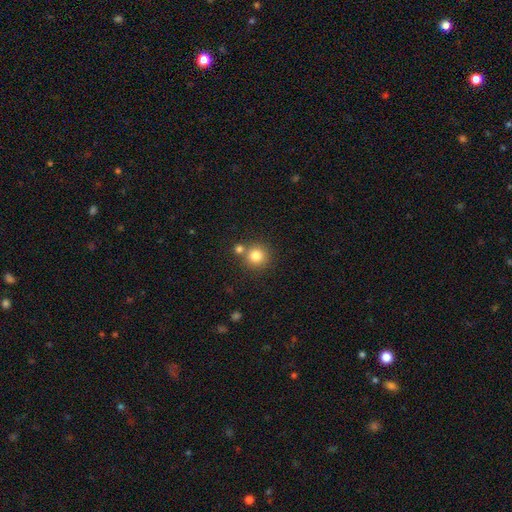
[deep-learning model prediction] This appears to be a smooth galaxy with no disk features (81%) that is round (93%). Merging: none (68%).